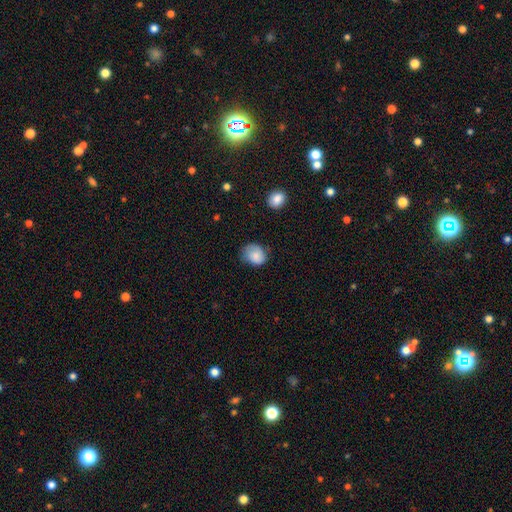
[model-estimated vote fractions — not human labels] Smooth or featured: smooth — 82% (featured or disk — 11%)
How rounded: round — 56% (in between — 44%)
Merging: none — 58% (minor disturbance — 32%)